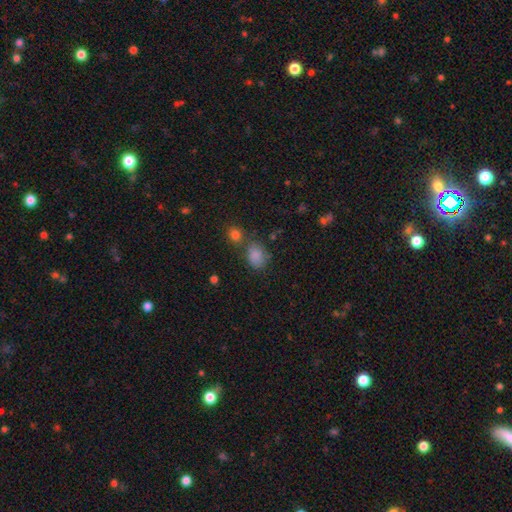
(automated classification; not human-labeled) This is clearly a smooth galaxy (82%). How rounded: likely in between (69%). Merging: possibly none (59%).